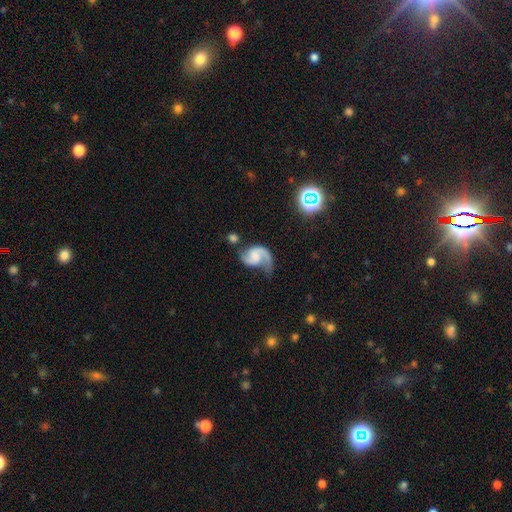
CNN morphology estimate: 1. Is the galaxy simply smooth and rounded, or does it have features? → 84% featured or disk, 10% smooth, 6% star or artifact.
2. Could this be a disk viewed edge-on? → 98% no, 2% yes.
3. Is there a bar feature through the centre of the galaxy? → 50% no, 39% weak, 11% strong.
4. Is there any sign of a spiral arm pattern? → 97% yes, 3% no.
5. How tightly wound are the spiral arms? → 45% medium, 41% loose, 14% tight.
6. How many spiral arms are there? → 74% 2, 20% 1, 2% can't tell, 1% 3, 1% 4, 1% more than 4.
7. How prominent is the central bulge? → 40% none, 26% small, 23% moderate, 9% large, 2% dominant.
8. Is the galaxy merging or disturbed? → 48% none, 25% minor disturbance, 21% major disturbance, 7% merger.